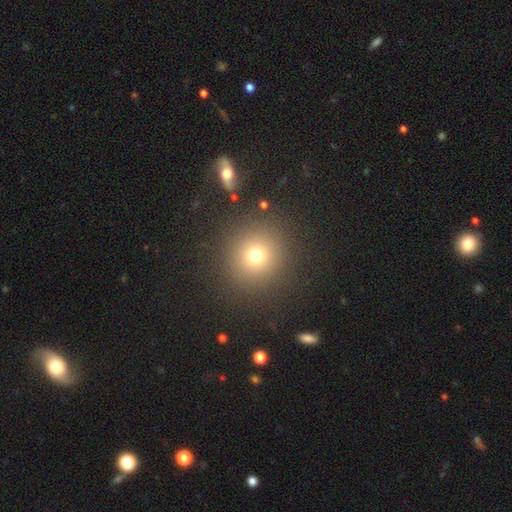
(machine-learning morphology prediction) A smooth galaxy with no disk features (73%) that is round (93%).

Vote fractions:
- Smooth or featured? smooth: 73% / star or artifact: 17% / featured or disk: 9%
- How rounded? round: 93% / in between: 6% / cigar-shaped: 1%
- Merging? none: 88% / minor disturbance: 6% / major disturbance: 3% / merger: 3%